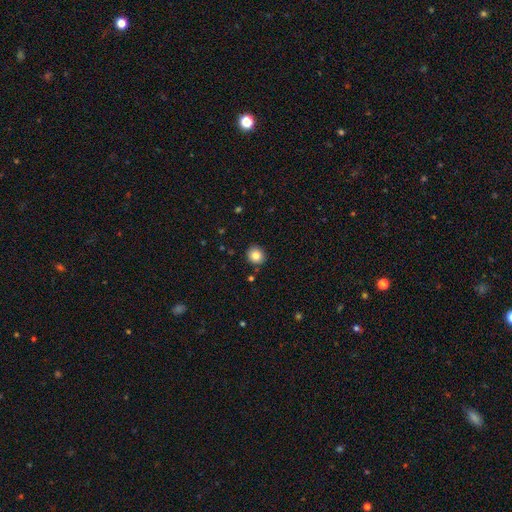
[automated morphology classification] smooth 83%, star or artifact 10%, featured or disk 7%. Down the decision tree: how rounded — round (84%); merging — none (89%).